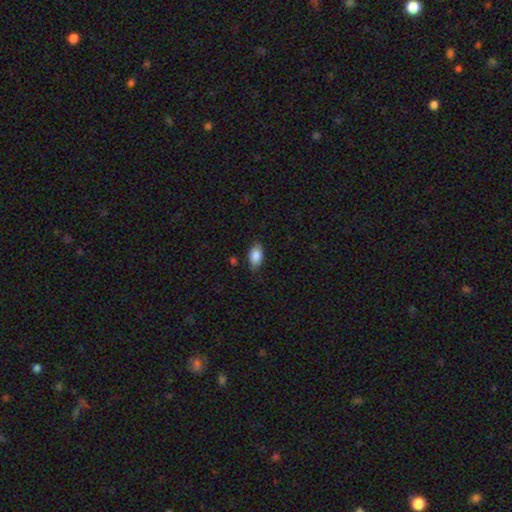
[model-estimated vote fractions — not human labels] smooth-or-featured: smooth: 85% | featured or disk: 8% | star or artifact: 7%
  how-rounded: in between: 91% | round: 6% | cigar-shaped: 2%
  merging: none: 81% | minor disturbance: 15% | major disturbance: 3% | merger: 1%